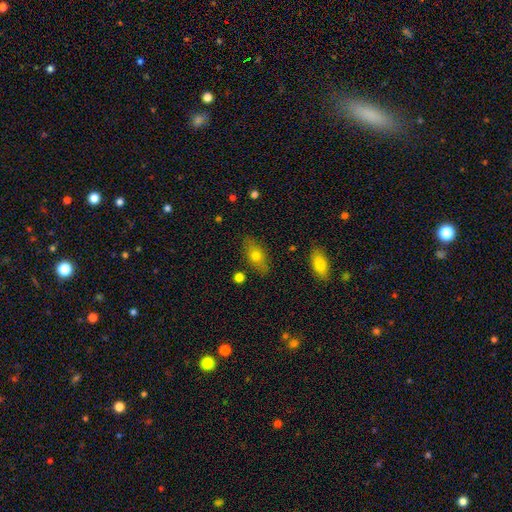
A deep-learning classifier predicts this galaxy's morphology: This is likely a smooth galaxy (69%). How rounded: clearly in between (83%). Merging: clearly none (83%).